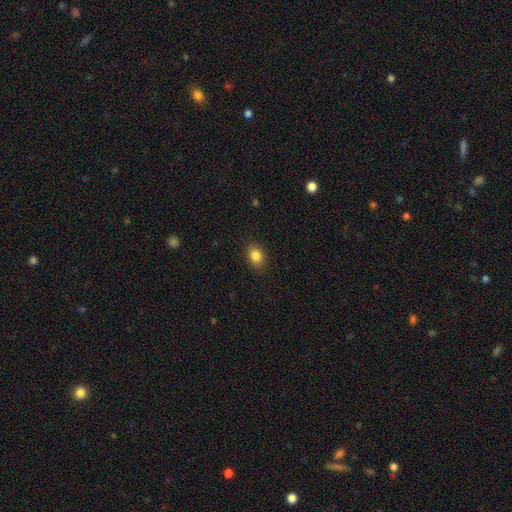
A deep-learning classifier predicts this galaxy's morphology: type=smooth (85%); roundness=in between (71%); merging=none (88%).